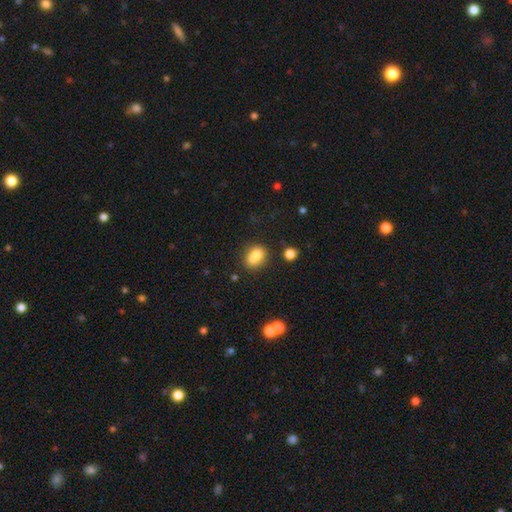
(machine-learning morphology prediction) Overall: smooth (78%). How rounded: in between (65%; round 33%). Merging: none (53%; merger 23%).